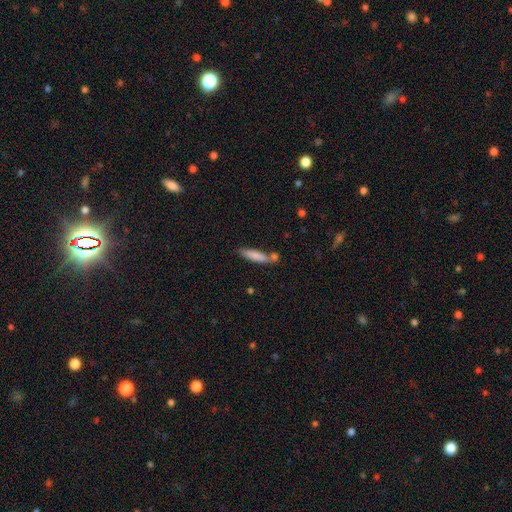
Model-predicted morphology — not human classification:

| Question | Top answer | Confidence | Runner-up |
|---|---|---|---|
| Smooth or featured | smooth | 79% | featured or disk (14%) |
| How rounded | cigar-shaped | 80% | in between (19%) |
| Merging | none | 64% | merger (17%) |